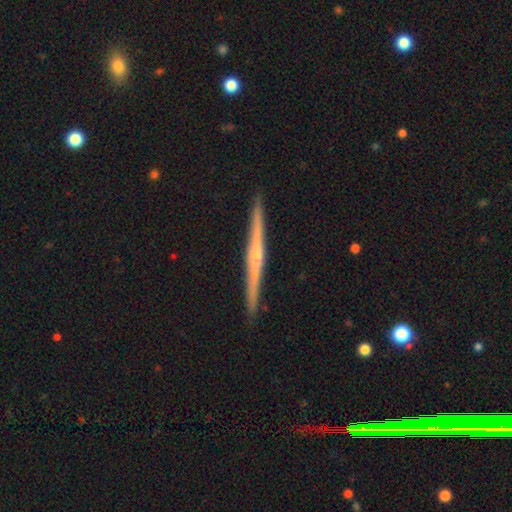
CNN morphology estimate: The model was most divided on "edge-on bulge": rounded: 60%, none: 34%, boxy: 6%. More confident: edge-on disk — yes (98%); merging — none (93%); smooth or featured — featured or disk (76%).